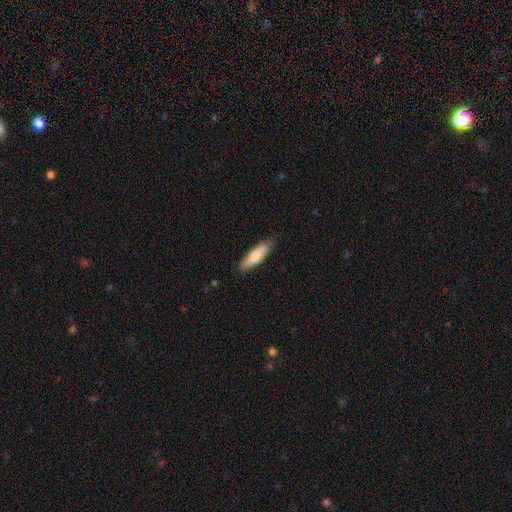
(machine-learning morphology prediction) smooth 80%, featured or disk 14%, star or artifact 6%. Down the decision tree: how rounded — cigar-shaped (63%); merging — none (85%).